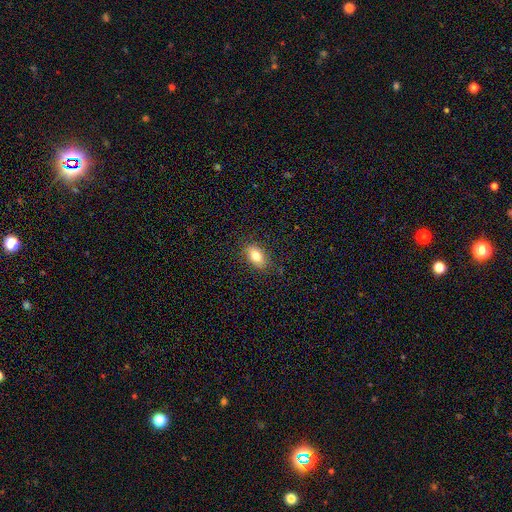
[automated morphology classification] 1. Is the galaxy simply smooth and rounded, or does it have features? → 80% smooth, 12% featured or disk, 9% star or artifact.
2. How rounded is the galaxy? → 87% in between, 10% round, 3% cigar-shaped.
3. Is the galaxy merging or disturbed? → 84% none, 12% minor disturbance, 3% major disturbance, 1% merger.